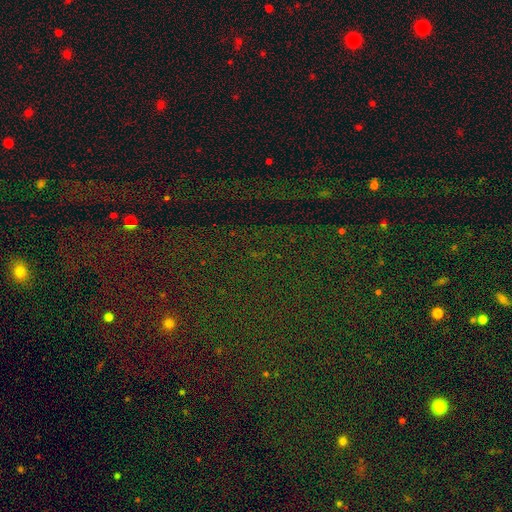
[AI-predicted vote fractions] Smooth or featured? star or artifact (81%)